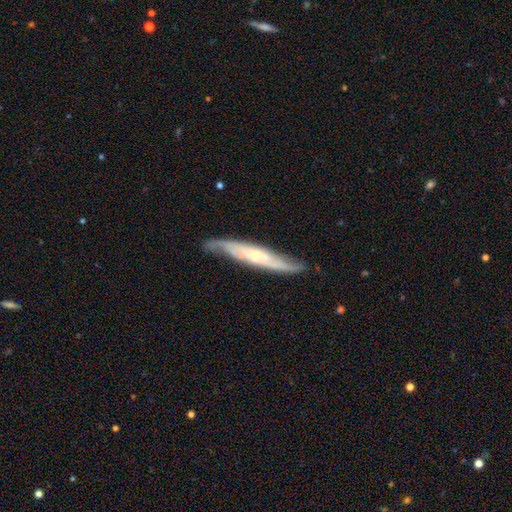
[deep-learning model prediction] A featured or disk galaxy (74%) viewed edge-on (56%). Merging: none (78%).